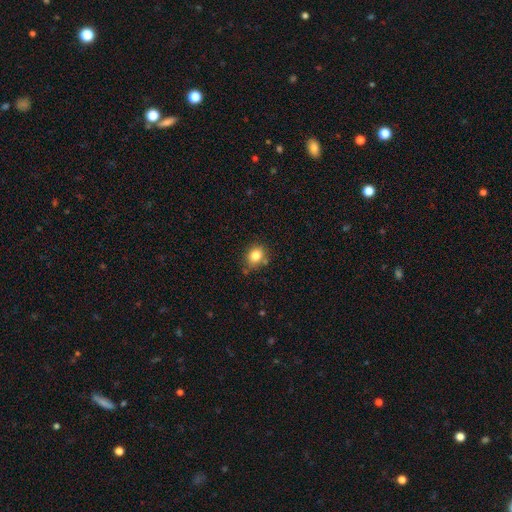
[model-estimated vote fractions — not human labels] Overall: smooth (82%). How rounded: round (62%; in between 37%). Merging: none (76%).